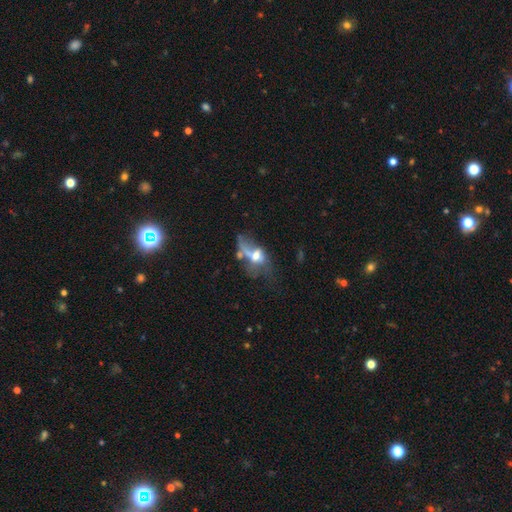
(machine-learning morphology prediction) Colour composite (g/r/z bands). It shows a featured or disk galaxy (49%). Merging: major disturbance (39%).